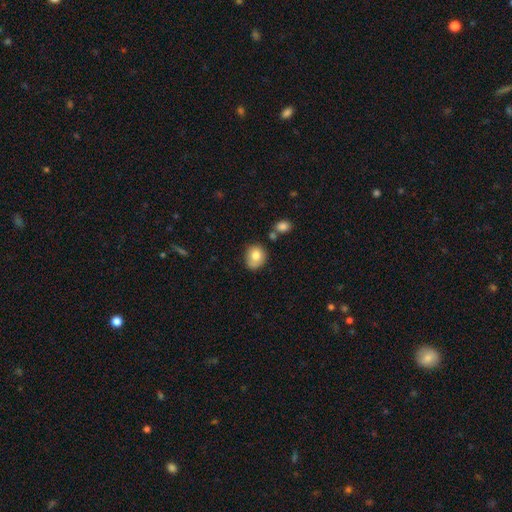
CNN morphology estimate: smooth_or_featured: smooth (p=0.79) [alt: featured or disk p=0.12]
how_rounded: round (p=0.65) [alt: in between p=0.34]
merging: none (p=0.63) [alt: minor disturbance p=0.24]